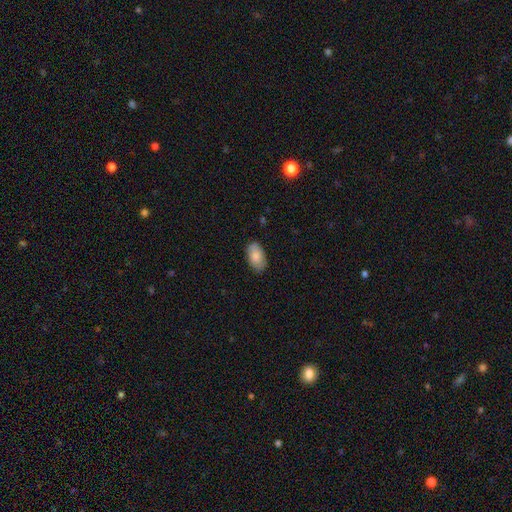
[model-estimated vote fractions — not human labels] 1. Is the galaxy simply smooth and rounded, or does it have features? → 82% smooth, 12% featured or disk, 6% star or artifact.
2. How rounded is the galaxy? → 94% in between, 4% round, 2% cigar-shaped.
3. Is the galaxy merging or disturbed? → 83% none, 13% minor disturbance, 2% major disturbance, 1% merger.